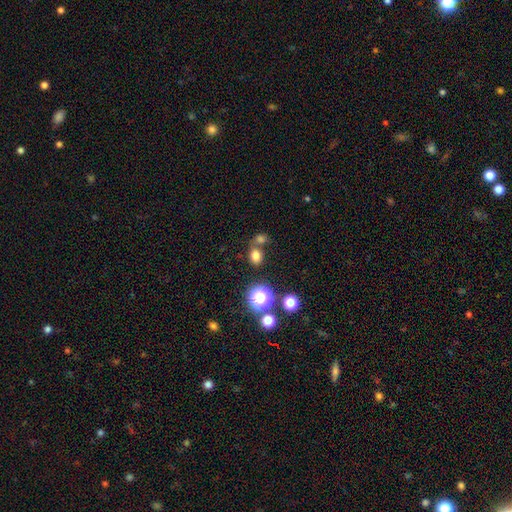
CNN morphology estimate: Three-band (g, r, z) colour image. It shows a smooth galaxy with no disk features (76%) that is round (52%). Merging: none (61%).